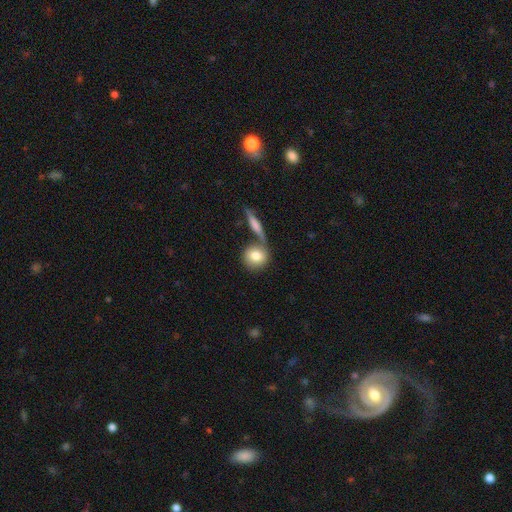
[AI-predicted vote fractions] A smooth galaxy with no disk features (78%) that is round (82%). Merging: none (61%).